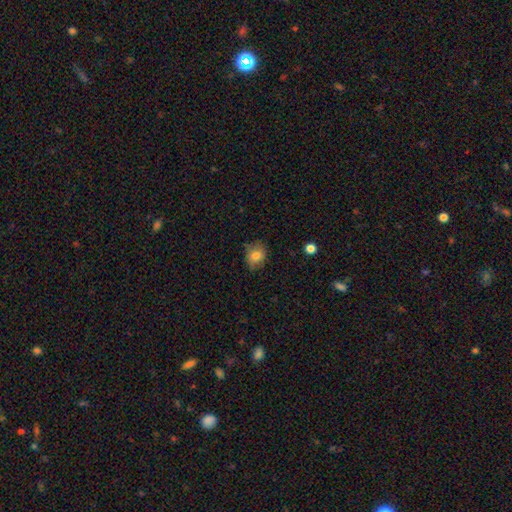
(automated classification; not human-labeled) The model was most divided on "how rounded": round: 56%, in between: 43%, cigar-shaped: 1%. More confident: smooth or featured — smooth (79%); merging — none (70%).